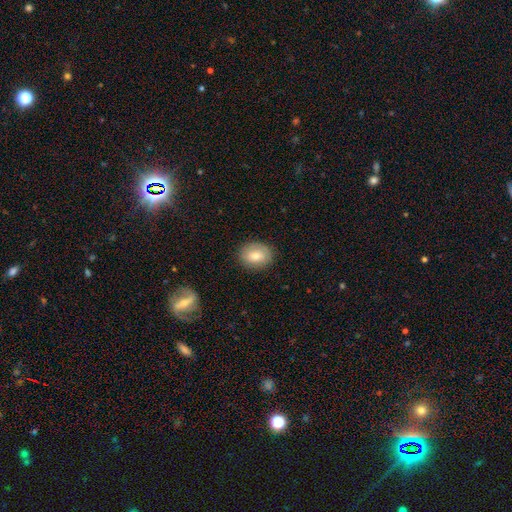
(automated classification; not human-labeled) smooth-or-featured: smooth: 75% | featured or disk: 17% | star or artifact: 8%
  how-rounded: in between: 53% | round: 46% | cigar-shaped: 1%
  merging: none: 85% | minor disturbance: 11% | major disturbance: 3% | merger: 1%